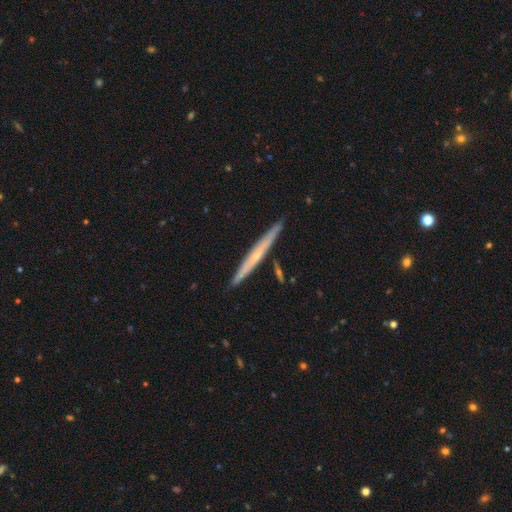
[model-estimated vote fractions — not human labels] A featured or disk galaxy (62%) viewed edge-on (97%) with no central bulge (56%). Merging: none (89%).